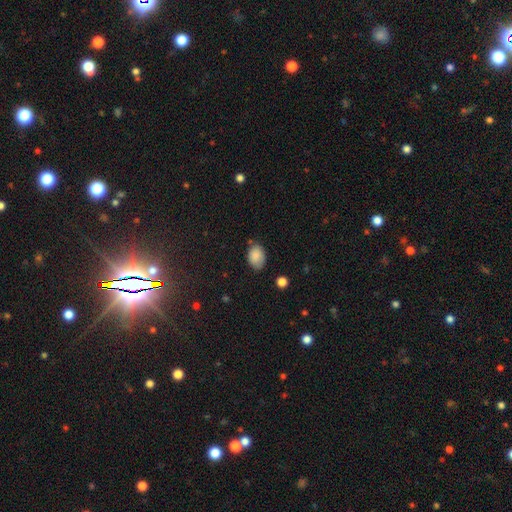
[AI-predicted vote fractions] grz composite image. It shows a smooth galaxy with no disk features (87%) that is in between round and cigar-shaped (81%). Merging: none (71%).